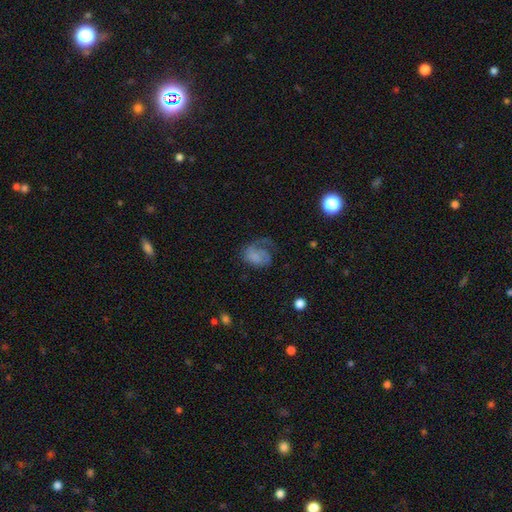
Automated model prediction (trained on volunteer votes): Overall: smooth (46%; featured or disk 44%). Merging: major disturbance (46%; none 29%).